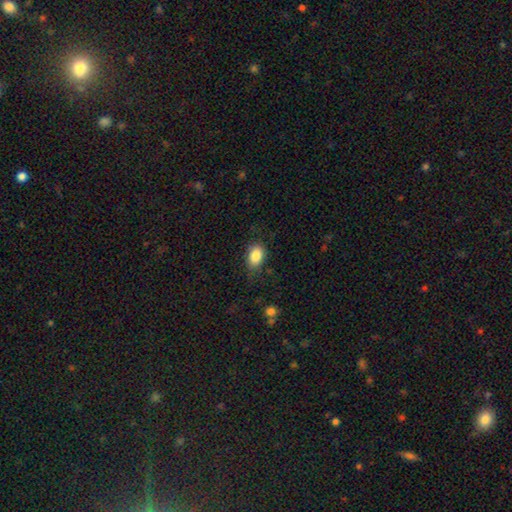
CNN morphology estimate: Smooth or featured: smooth — 86% (star or artifact — 8%)
How rounded: in between — 80% (round — 18%)
Merging: none — 73% (minor disturbance — 20%)